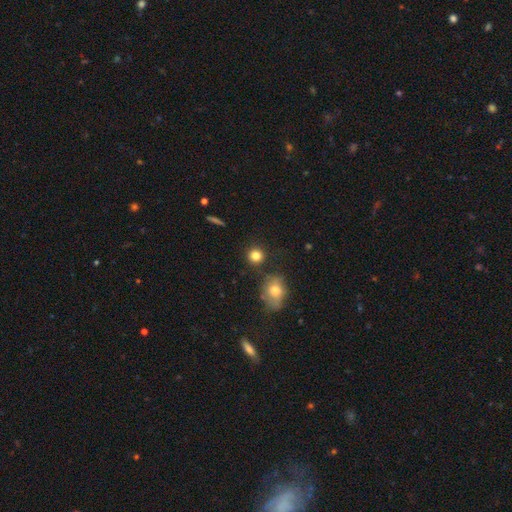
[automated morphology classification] Smooth or featured?
  - smooth: 83% *
  - star or artifact: 11%
  - featured or disk: 6%
How rounded?
  - round: 89% *
  - in between: 9%
  - cigar-shaped: 1%
Merging?
  - none: 84% *
  - minor disturbance: 8%
  - merger: 5%
  - major disturbance: 3%